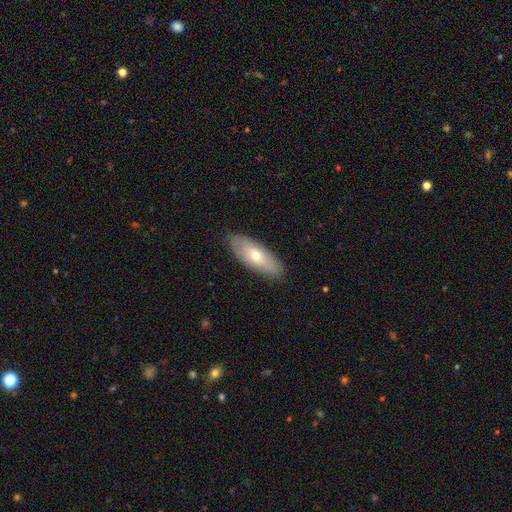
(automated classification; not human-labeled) Smooth or featured?
  - smooth: 58% *
  - featured or disk: 36%
  - star or artifact: 6%
How rounded?
  - in between: 71% *
  - cigar-shaped: 26%
  - round: 3%
Merging?
  - none: 87% *
  - minor disturbance: 10%
  - major disturbance: 2%
  - merger: 1%